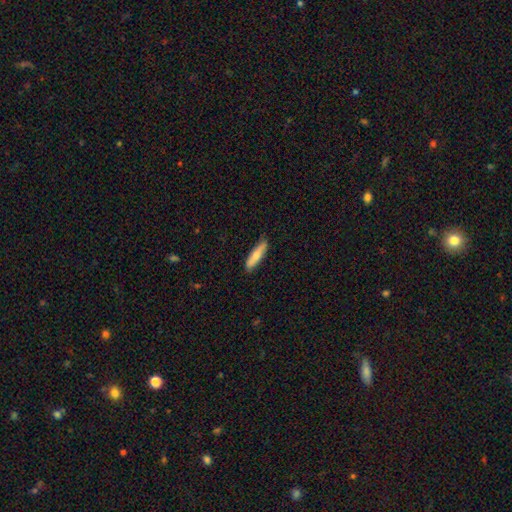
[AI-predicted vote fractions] Morphology: type=smooth (73%); roundness=cigar-shaped (74%); merging=none (85%).